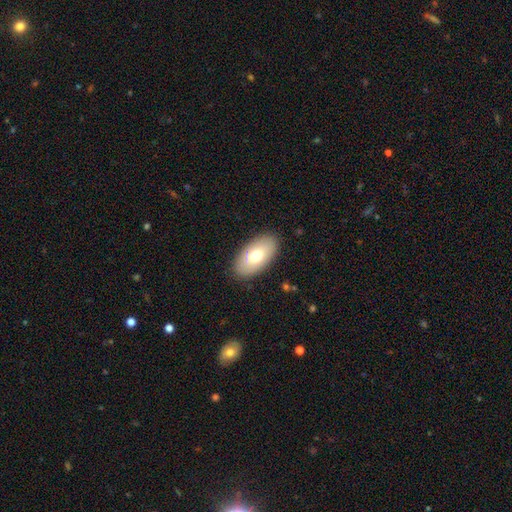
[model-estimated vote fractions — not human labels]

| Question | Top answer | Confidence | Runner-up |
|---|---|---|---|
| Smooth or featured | smooth | 70% | featured or disk (24%) |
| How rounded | in between | 94% | round (3%) |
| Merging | none | 87% | minor disturbance (9%) |